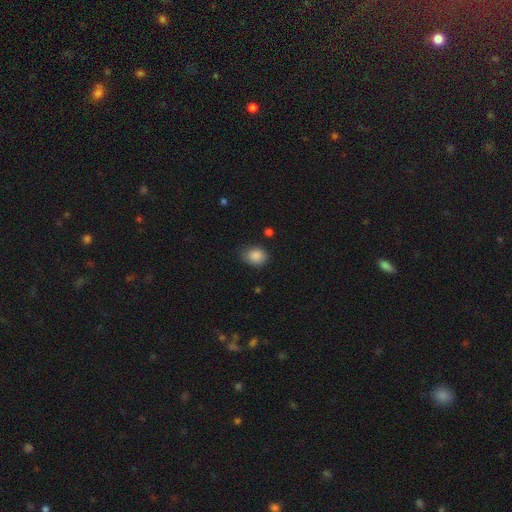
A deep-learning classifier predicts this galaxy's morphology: type=smooth (87%); roundness=round (51%); merging=none (72%).